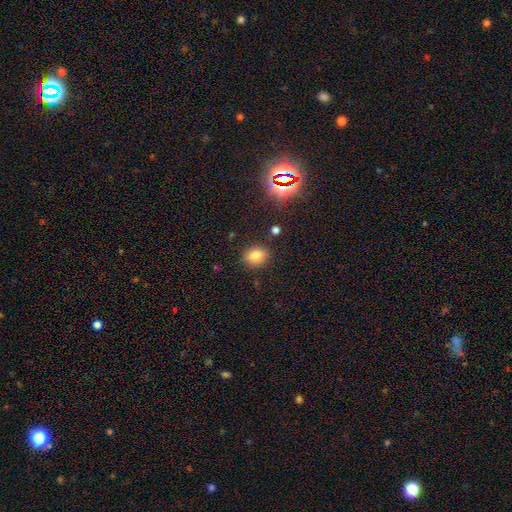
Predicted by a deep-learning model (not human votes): A smooth galaxy with no disk features (77%) that is in between round and cigar-shaped (52%).

Vote fractions:
- Smooth or featured? smooth: 77% / star or artifact: 15% / featured or disk: 8%
- How rounded? in between: 52% / round: 47% / cigar-shaped: 1%
- Merging? none: 84% / minor disturbance: 10% / major disturbance: 3% / merger: 2%